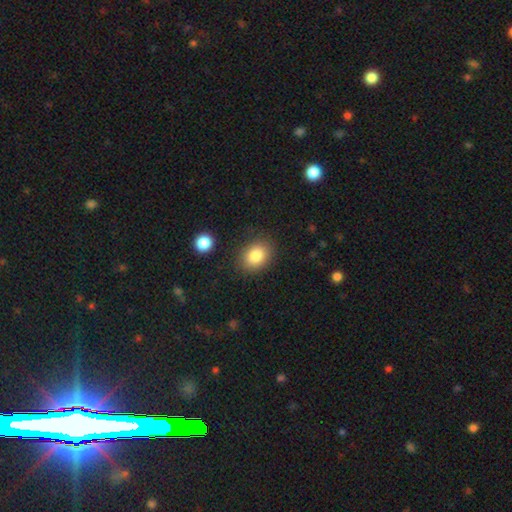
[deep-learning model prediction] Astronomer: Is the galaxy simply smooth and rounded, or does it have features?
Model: smooth — 85%.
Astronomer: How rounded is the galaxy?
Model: in between — 57% (runner-up: round, 42%).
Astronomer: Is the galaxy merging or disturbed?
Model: none — 84%.